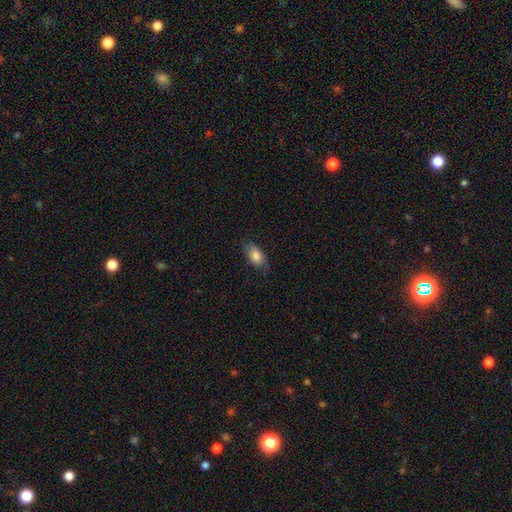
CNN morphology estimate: The model was most divided on "merging": none: 73%, minor disturbance: 21%, major disturbance: 5%, merger: 1%. More confident: how rounded — in between (90%); smooth or featured — smooth (80%).